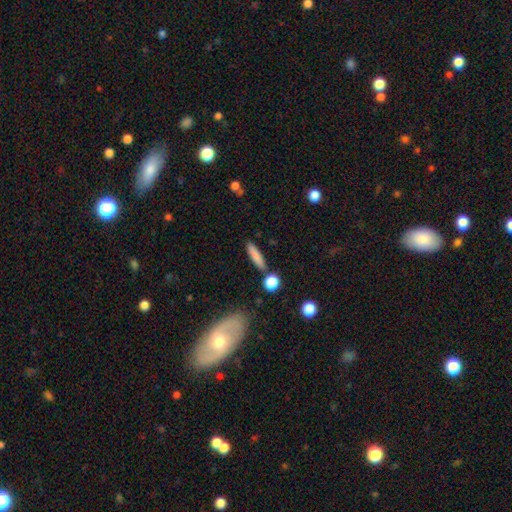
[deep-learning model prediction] The model was most divided on "how rounded": cigar-shaped: 76%, in between: 20%, round: 4%. More confident: merging — none (84%); smooth or featured — smooth (81%).